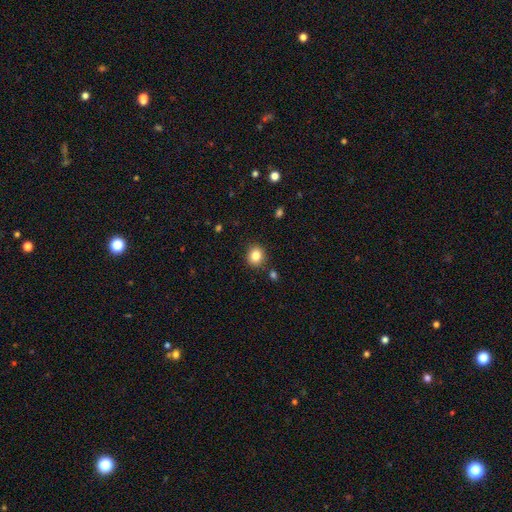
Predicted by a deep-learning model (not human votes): smooth 83%, star or artifact 11%, featured or disk 6%. Down the decision tree: how rounded — round (78%); merging — none (87%).